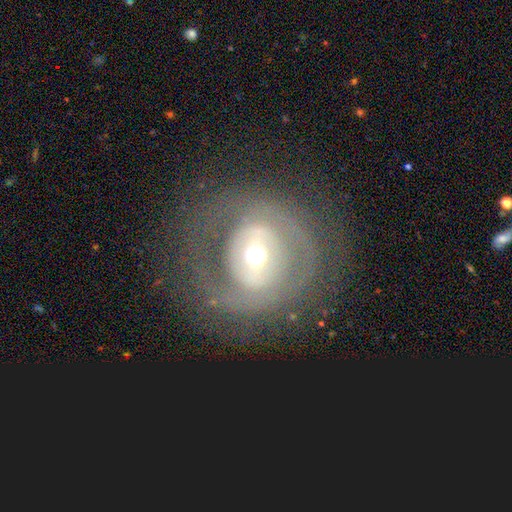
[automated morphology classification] A featured or disk galaxy (61%) with no bar (68%), no spiral arms (61%) and a moderate central bulge (62%). Merging: none (62%).